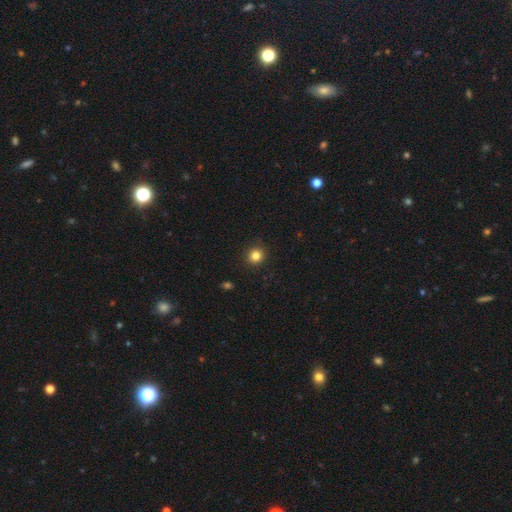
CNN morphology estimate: smooth-or-featured: smooth: 83% | star or artifact: 13% | featured or disk: 5%
  how-rounded: round: 91% | in between: 9% | cigar-shaped: 1%
  merging: none: 92% | minor disturbance: 5% | major disturbance: 2% | merger: 1%